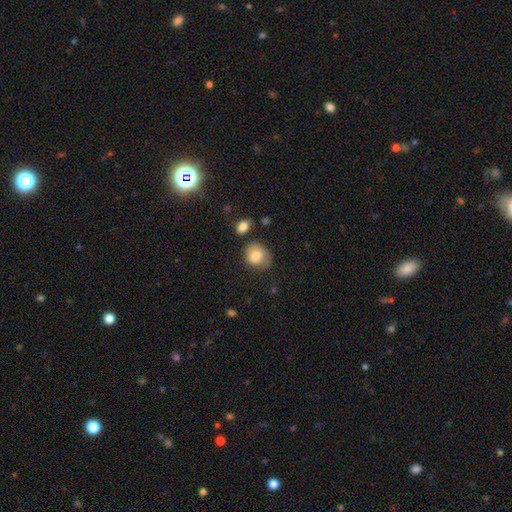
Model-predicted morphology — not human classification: smooth 80%, featured or disk 12%, star or artifact 8%. Down the decision tree: how rounded — round (68%); merging — none (58%).